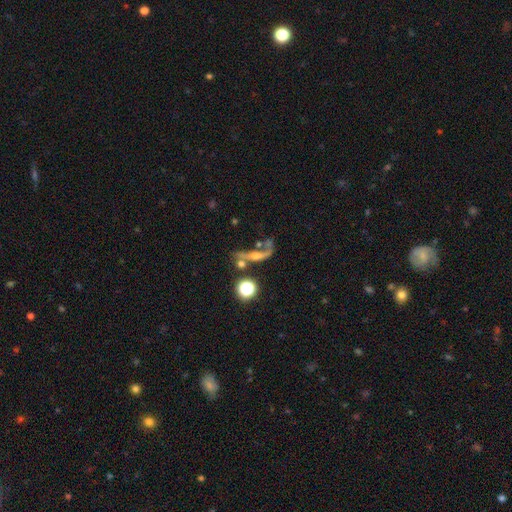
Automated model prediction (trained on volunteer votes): smooth_or_featured: featured or disk (p=0.56) [alt: smooth p=0.23]
disk_edge_on: no (p=0.68) [alt: yes p=0.32]
merging: none (p=0.33) [alt: merger p=0.29]